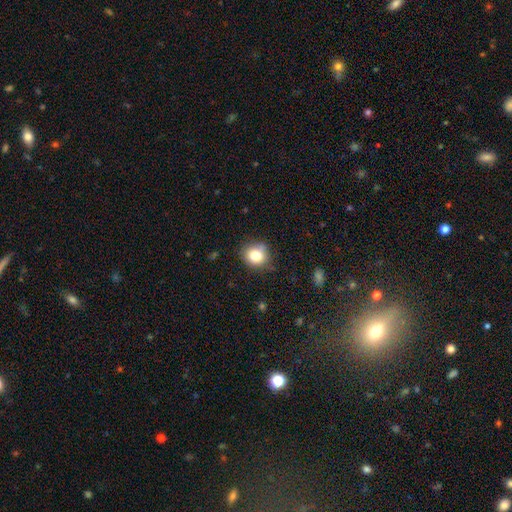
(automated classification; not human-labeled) Smooth or featured? Predicted: smooth (p=0.79). How rounded? Predicted: round (p=0.83). Merging? Predicted: none (p=0.77).